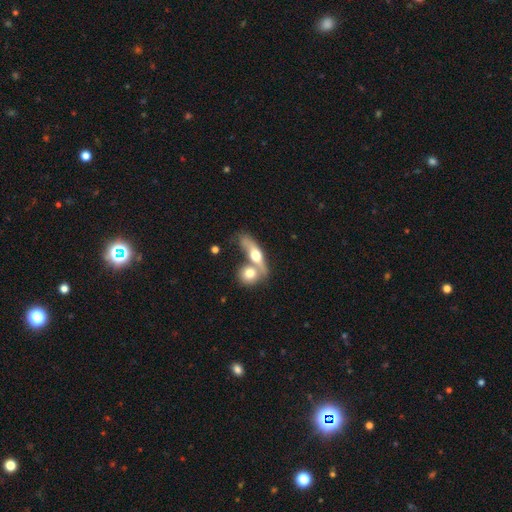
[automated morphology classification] smooth 51%, featured or disk 43%, star or artifact 6%. Down the decision tree: how rounded — in between (50%); merging — merger (53%).